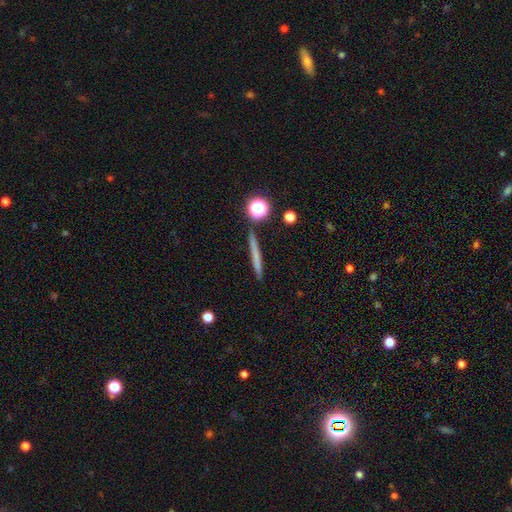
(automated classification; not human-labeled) Smooth or featured? Predicted: smooth (p=0.60). How rounded? Predicted: cigar-shaped (p=0.93). Merging? Predicted: none (p=0.89).